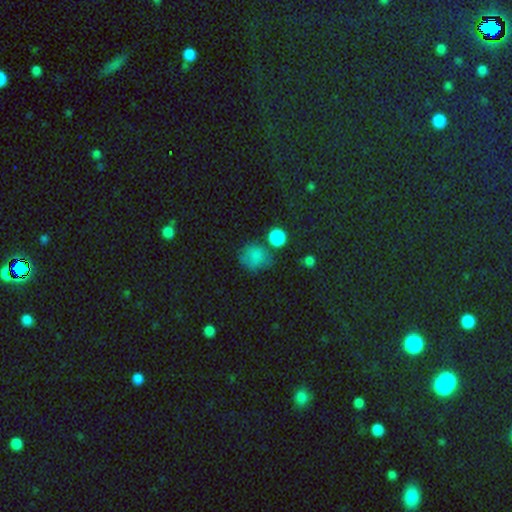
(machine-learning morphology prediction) Q: Smooth or featured?
A: smooth (75%); runner-up: star or artifact (15%)
Q: How rounded?
A: round (73%); runner-up: in between (26%)
Q: Merging?
A: none (52%); runner-up: minor disturbance (25%)